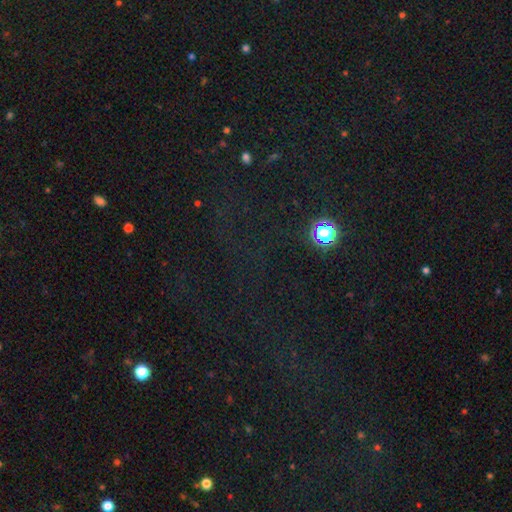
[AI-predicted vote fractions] A star or artifact, not a galaxy (71%).

Vote fractions:
- Smooth or featured? star or artifact: 71% / smooth: 19% / featured or disk: 9%